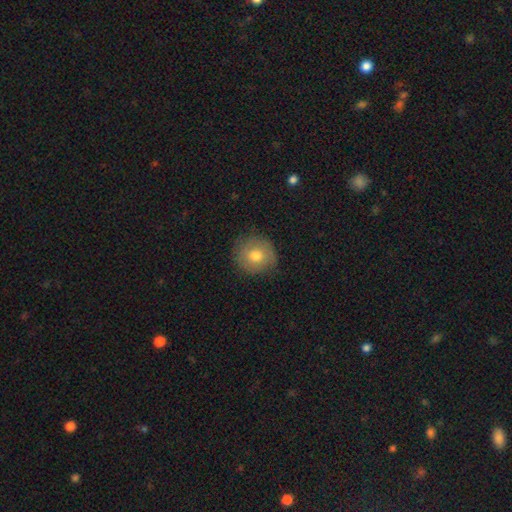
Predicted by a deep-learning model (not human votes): The model was most divided on "smooth or featured": smooth: 73%, featured or disk: 18%, star or artifact: 9%. More confident: how rounded — round (88%); merging — none (82%).